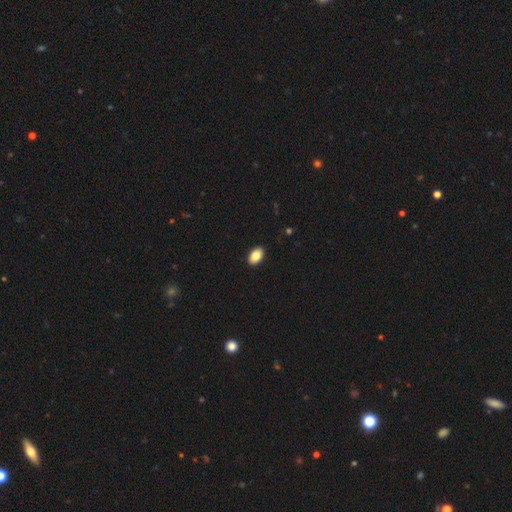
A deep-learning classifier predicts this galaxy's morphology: type=smooth (86%); roundness=in between (91%); merging=none (91%).